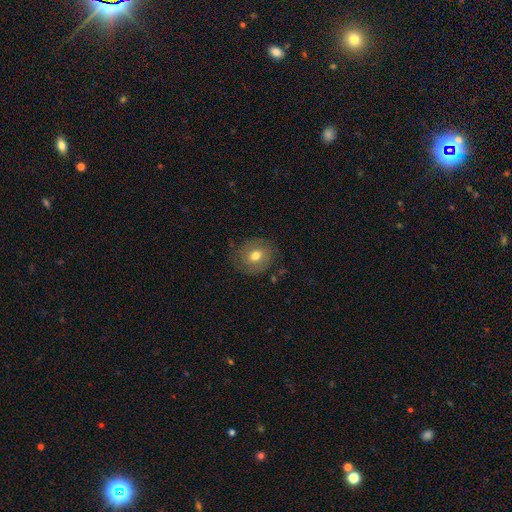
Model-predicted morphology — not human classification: A smooth galaxy with no disk features (60%) that is round (71%).

Vote fractions:
- Smooth or featured? smooth: 60% / featured or disk: 30% / star or artifact: 10%
- How rounded? round: 71% / in between: 28% / cigar-shaped: 1%
- Merging? none: 75% / minor disturbance: 17% / major disturbance: 6% / merger: 1%